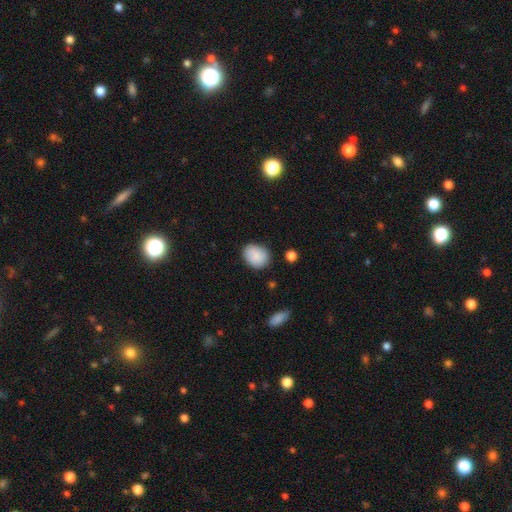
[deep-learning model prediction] Q: Smooth or featured?
A: smooth (87%); runner-up: star or artifact (7%)
Q: How rounded?
A: in between (56%); runner-up: round (43%)
Q: Merging?
A: none (81%); runner-up: minor disturbance (14%)